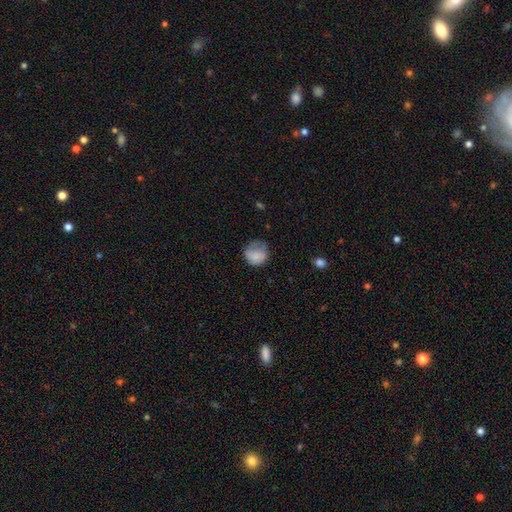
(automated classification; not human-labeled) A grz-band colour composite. It shows a smooth galaxy with no disk features (78%) that is round (81%). Merging: none (51%).